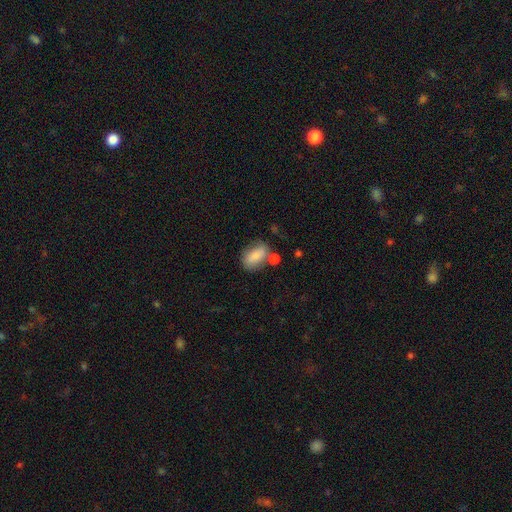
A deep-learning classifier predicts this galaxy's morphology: The model was most divided on "merging": none: 54%, minor disturbance: 20%, merger: 19%, major disturbance: 7%. More confident: how rounded — in between (85%); smooth or featured — smooth (78%).